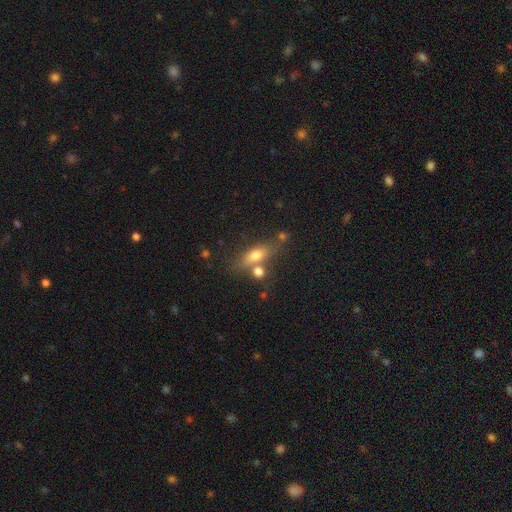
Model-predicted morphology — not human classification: A smooth galaxy with no disk features (62%) that is in between round and cigar-shaped (58%). Merging: none (59%).